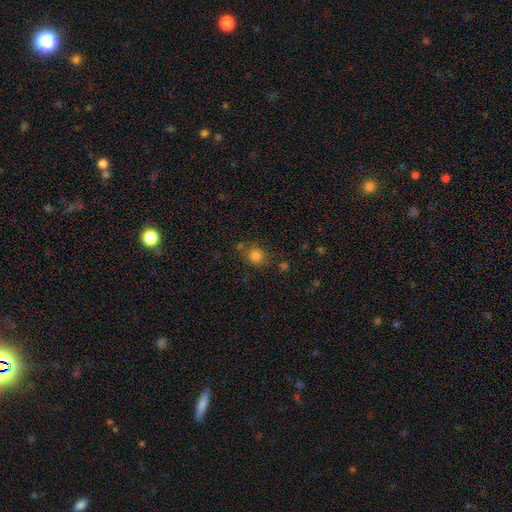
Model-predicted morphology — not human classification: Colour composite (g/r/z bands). It shows a smooth galaxy with no disk features (81%) that is round (83%). Merging: none (73%).